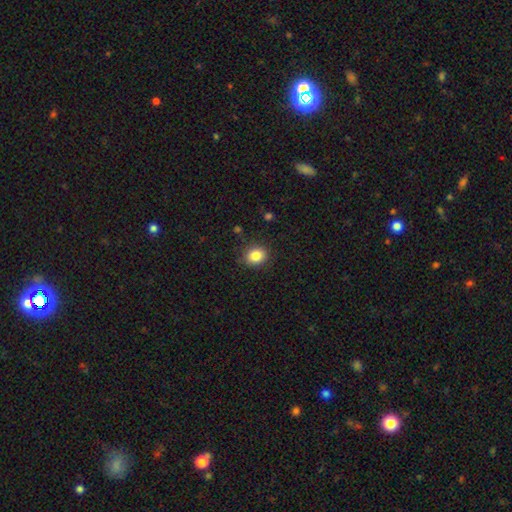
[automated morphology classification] A smooth galaxy with no disk features (84%) that is round (65%). Merging: none (87%).